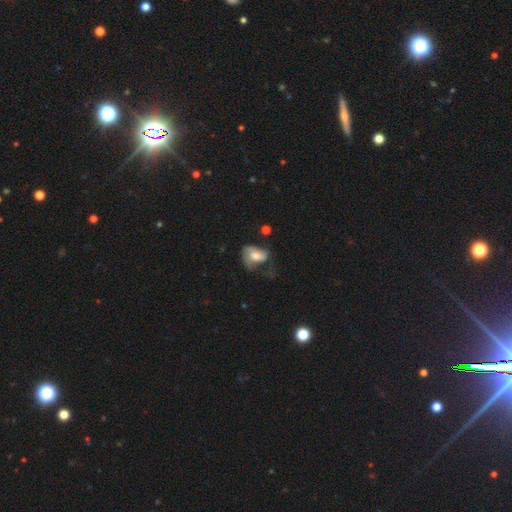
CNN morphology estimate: This is possibly a smooth galaxy (55%). How rounded: likely in between (77%). Merging: possibly major disturbance (45%).